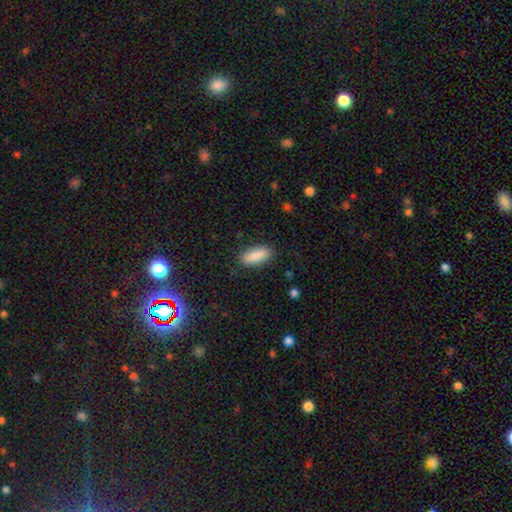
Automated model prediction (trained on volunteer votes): smooth_or_featured: smooth (p=0.89) [alt: star or artifact p=0.06]
how_rounded: in between (p=0.81) [alt: cigar-shaped p=0.17]
merging: none (p=0.87) [alt: minor disturbance p=0.09]